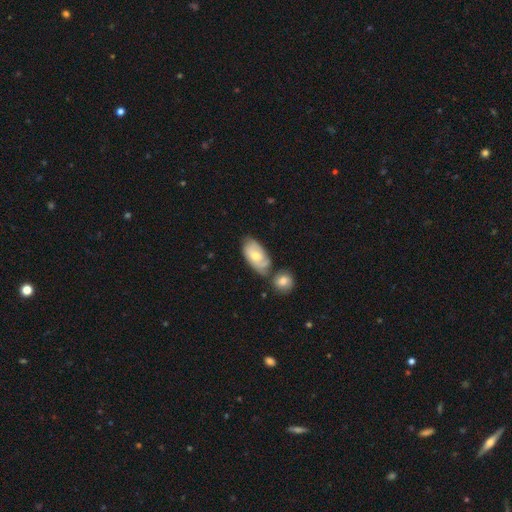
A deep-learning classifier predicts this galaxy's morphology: smooth 48%, featured or disk 45%, star or artifact 6%. Down the decision tree: merging — none (44%).